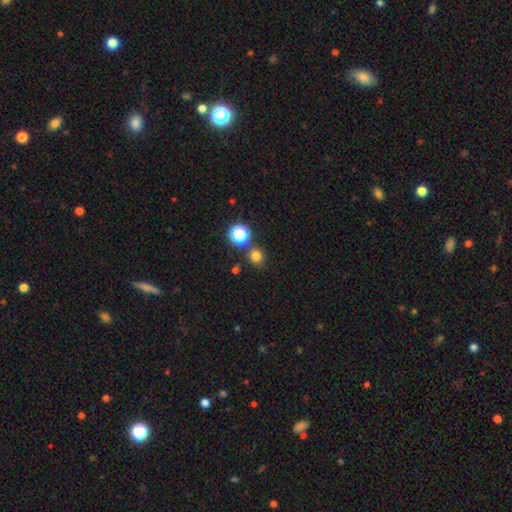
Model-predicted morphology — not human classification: Smooth or featured?
  - smooth: 75% *
  - star or artifact: 19%
  - featured or disk: 6%
How rounded?
  - round: 78% *
  - in between: 21%
  - cigar-shaped: 1%
Merging?
  - none: 75% *
  - merger: 12%
  - minor disturbance: 10%
  - major disturbance: 3%